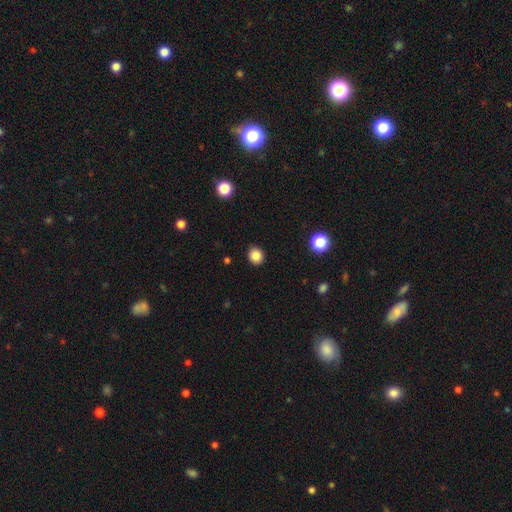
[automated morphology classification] This is clearly a smooth galaxy (85%). How rounded: likely round (74%). Merging: clearly none (90%).